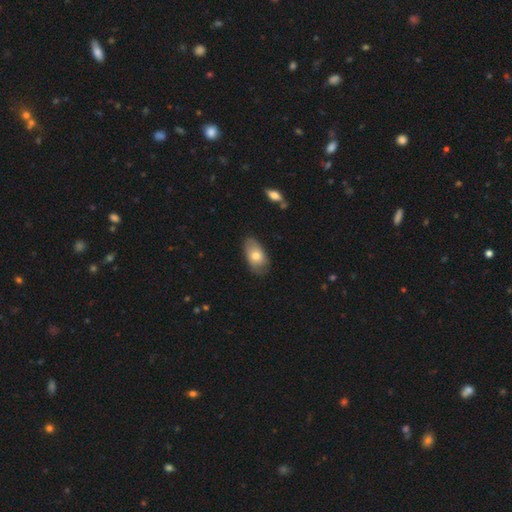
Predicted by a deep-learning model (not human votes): Smooth or featured? smooth (68%)
How rounded? in between (91%)
Merging? none (68%)